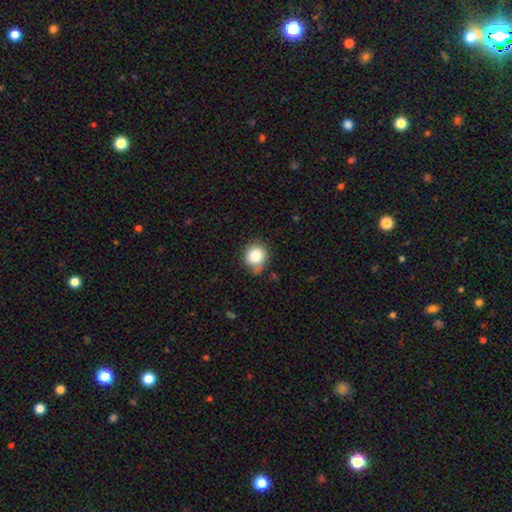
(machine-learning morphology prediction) Smooth or featured? Predicted: smooth (p=0.82). How rounded? Predicted: round (p=0.78). Merging? Predicted: none (p=0.66).